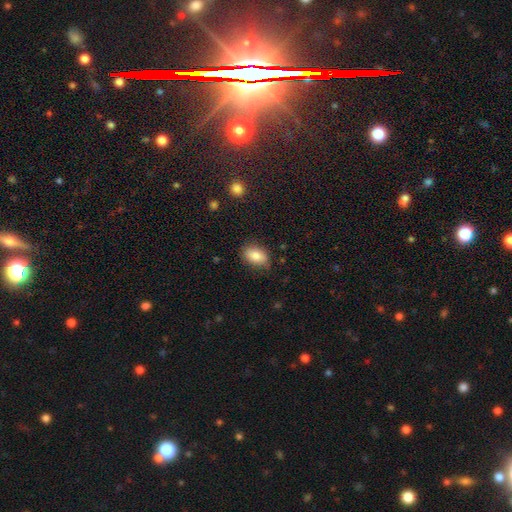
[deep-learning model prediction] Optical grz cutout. It shows a smooth galaxy with no disk features (83%) that is in between round and cigar-shaped (84%). Merging: none (76%).